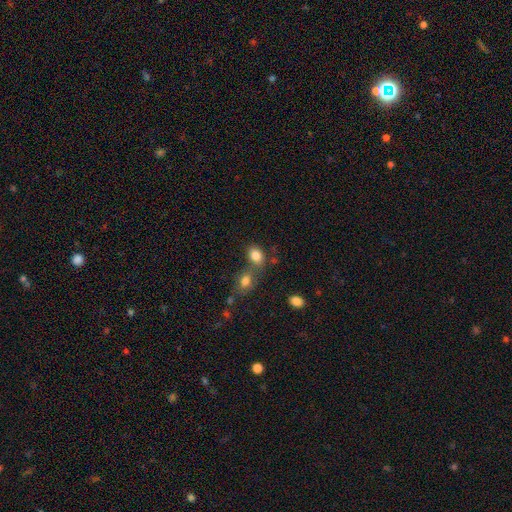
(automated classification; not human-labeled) Smooth or featured?
  - smooth: 83% *
  - star or artifact: 10%
  - featured or disk: 7%
How rounded?
  - in between: 67% *
  - round: 32%
  - cigar-shaped: 1%
Merging?
  - none: 50% *
  - merger: 33%
  - minor disturbance: 12%
  - major disturbance: 4%